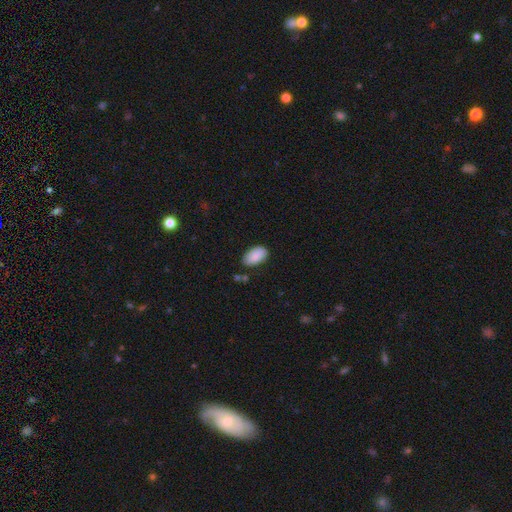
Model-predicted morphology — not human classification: Q: Smooth or featured?
A: smooth (89%); runner-up: star or artifact (6%)
Q: How rounded?
A: in between (95%); runner-up: round (3%)
Q: Merging?
A: none (80%); runner-up: minor disturbance (14%)